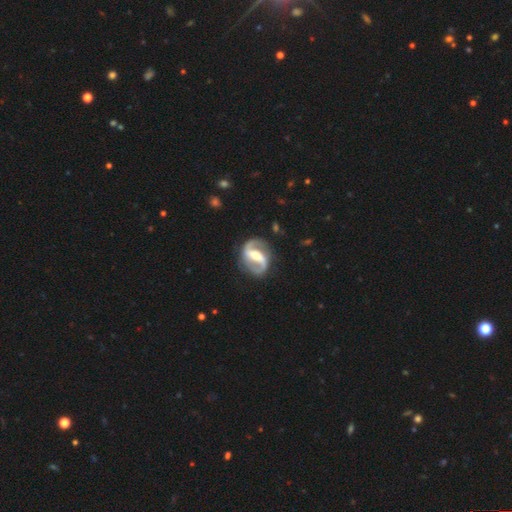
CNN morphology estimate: Overall: featured or disk (89%). Edge-on disk: no (97%). Bar: strong (59%; weak 30%). Spiral arms: yes (95%). Spiral arm count: 2 (93%). Spiral winding: medium (52%; loose 27%). Bulge size: moderate (56%; small 25%). Merging: none (82%).